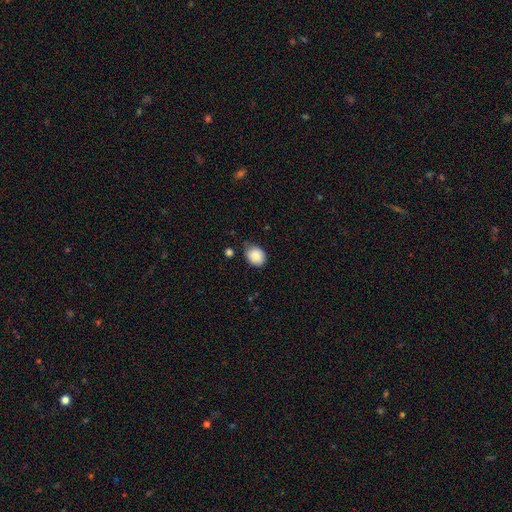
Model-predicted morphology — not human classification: Smooth or featured?
  - smooth: 87% *
  - star or artifact: 8%
  - featured or disk: 5%
How rounded?
  - round: 54% *
  - in between: 45%
  - cigar-shaped: 1%
Merging?
  - none: 68% *
  - minor disturbance: 25%
  - major disturbance: 4%
  - merger: 3%